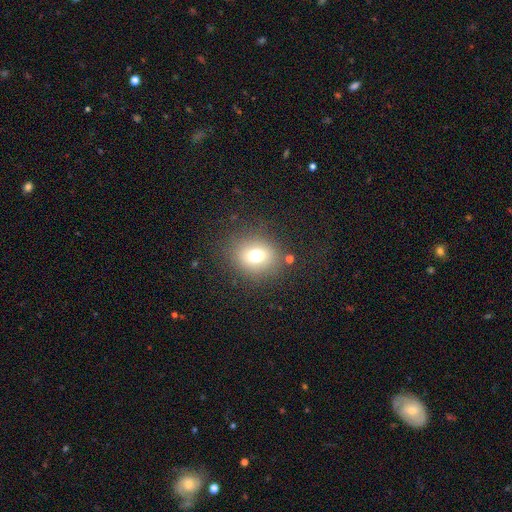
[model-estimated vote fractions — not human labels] Smooth or featured? Predicted: smooth (p=0.70). How rounded? Predicted: round (p=0.72). Merging? Predicted: none (p=0.82).